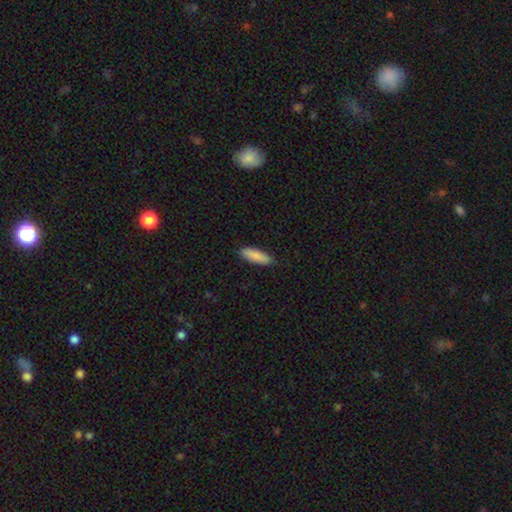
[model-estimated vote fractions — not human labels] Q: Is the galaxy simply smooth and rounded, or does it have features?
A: smooth — 88%.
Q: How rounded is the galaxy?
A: cigar-shaped — 51%.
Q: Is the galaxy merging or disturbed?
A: none — 87%.